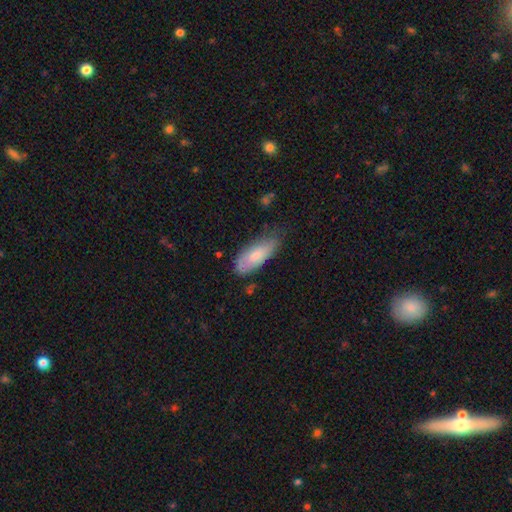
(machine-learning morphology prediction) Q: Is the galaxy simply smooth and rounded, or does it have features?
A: smooth — 75%.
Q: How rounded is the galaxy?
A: in between — 80%.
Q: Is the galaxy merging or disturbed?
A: none — 59%.